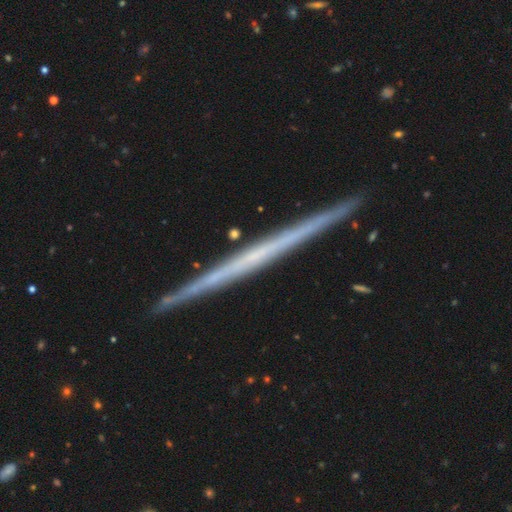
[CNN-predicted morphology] Overall: featured or disk (72%). Edge-on disk: yes (98%). Edge-on bulge: none (92%). Merging: none (92%).